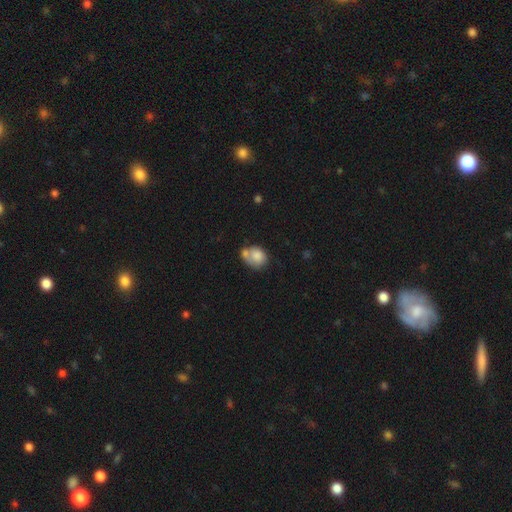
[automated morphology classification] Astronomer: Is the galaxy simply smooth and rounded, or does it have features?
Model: smooth — 76%.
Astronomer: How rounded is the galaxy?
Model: round — 50% (runner-up: in between, 49%).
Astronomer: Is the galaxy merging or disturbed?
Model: merger — 43% (runner-up: none, 30%).